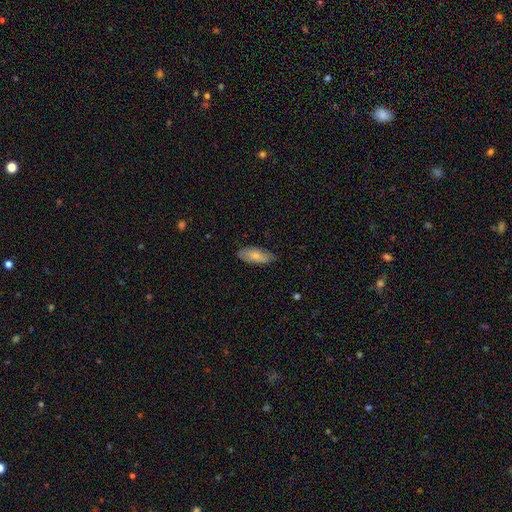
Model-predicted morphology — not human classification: Smooth or featured: smooth — 74% (featured or disk — 20%)
How rounded: in between — 84% (cigar-shaped — 14%)
Merging: none — 73% (minor disturbance — 22%)